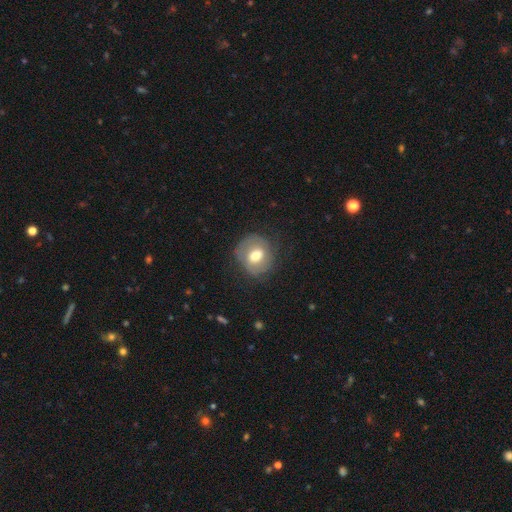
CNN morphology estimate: Smooth or featured? Predicted: smooth (p=0.53). How rounded? Predicted: round (p=0.70). Merging? Predicted: none (p=0.66).